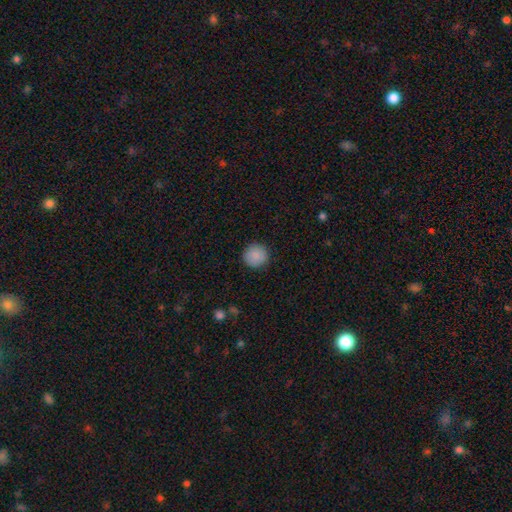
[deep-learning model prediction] This is clearly a smooth galaxy (89%). How rounded: clearly round (95%). Merging: clearly none (91%).